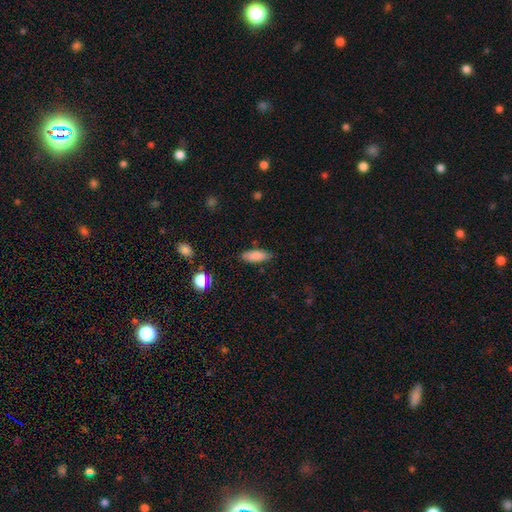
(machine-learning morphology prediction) The model was most divided on "how rounded": in between: 66%, cigar-shaped: 32%, round: 2%. More confident: merging — none (85%); smooth or featured — smooth (85%).